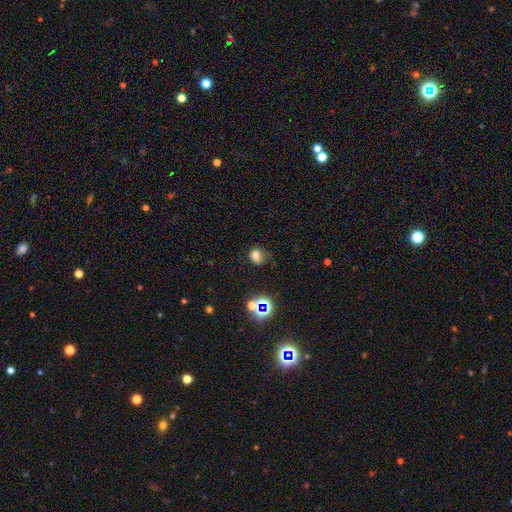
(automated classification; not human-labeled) Overall: smooth (71%). How rounded: in between (60%; round 39%). Merging: none (60%; minor disturbance 26%).